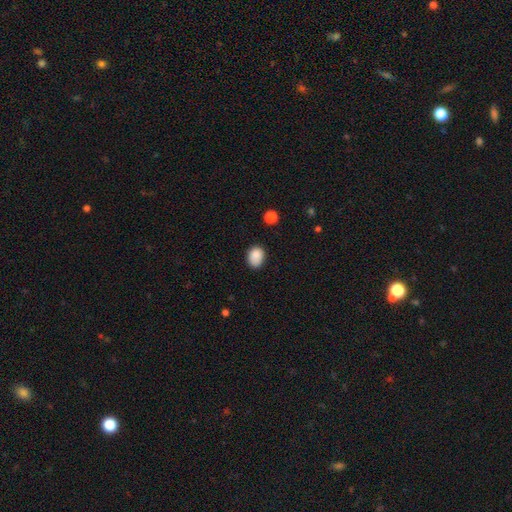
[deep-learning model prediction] Q: Smooth or featured?
A: smooth (87%); runner-up: star or artifact (9%)
Q: How rounded?
A: in between (65%); runner-up: round (34%)
Q: Merging?
A: none (75%); runner-up: minor disturbance (20%)